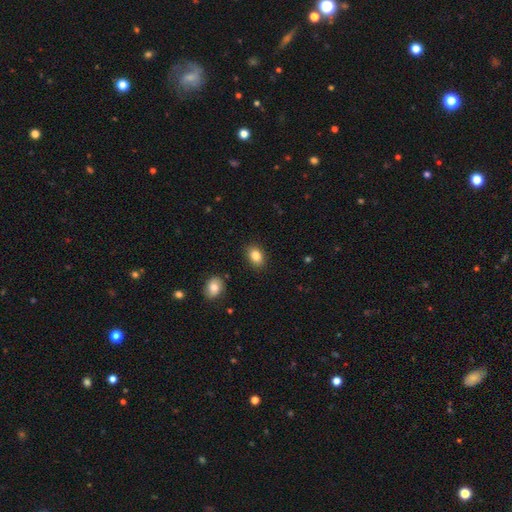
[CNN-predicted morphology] The model was most divided on "how rounded": in between: 79%, round: 20%, cigar-shaped: 1%. More confident: merging — none (87%); smooth or featured — smooth (85%).